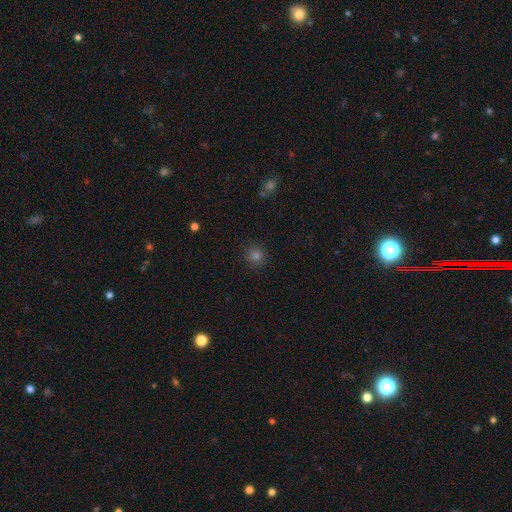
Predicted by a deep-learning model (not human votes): This appears to be a smooth galaxy with no disk features (77%) that is round (93%). Merging: none (90%).